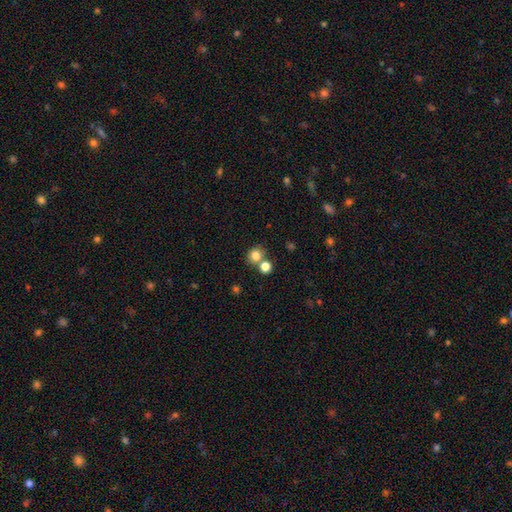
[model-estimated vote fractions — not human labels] A smooth galaxy with no disk features (80%) that is round (83%).

Vote fractions:
- Smooth or featured? smooth: 80% / star or artifact: 13% / featured or disk: 7%
- How rounded? round: 83% / in between: 16% / cigar-shaped: 1%
- Merging? none: 62% / merger: 27% / minor disturbance: 8% / major disturbance: 3%